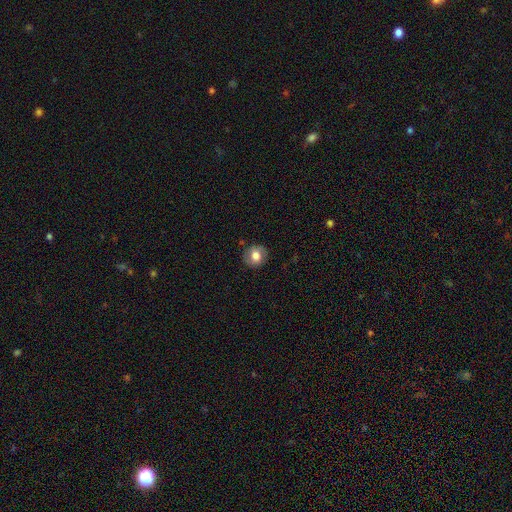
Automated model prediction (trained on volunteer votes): Smooth or featured? Predicted: smooth (p=0.71). How rounded? Predicted: round (p=0.81). Merging? Predicted: none (p=0.83).